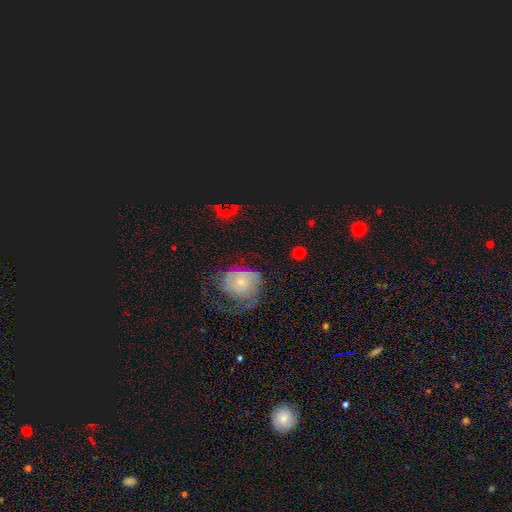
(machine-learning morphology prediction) A featured or disk galaxy (48%). Merging: none (61%).